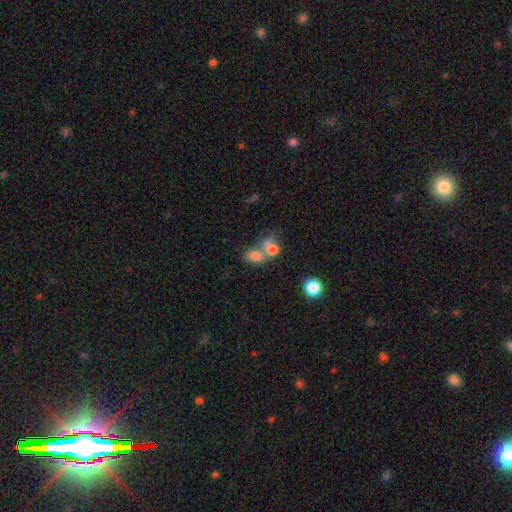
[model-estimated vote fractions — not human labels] Smooth or featured? smooth (74%)
How rounded? in between (67%)
Merging? merger (59%)